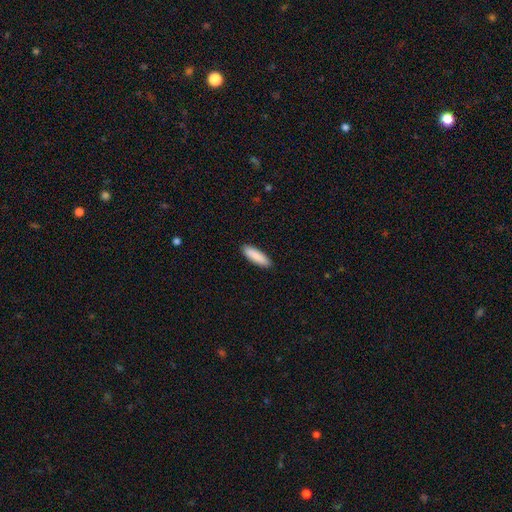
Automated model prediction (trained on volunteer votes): A smooth galaxy with no disk features (90%) that is cigar-shaped (60%). Merging: none (90%).